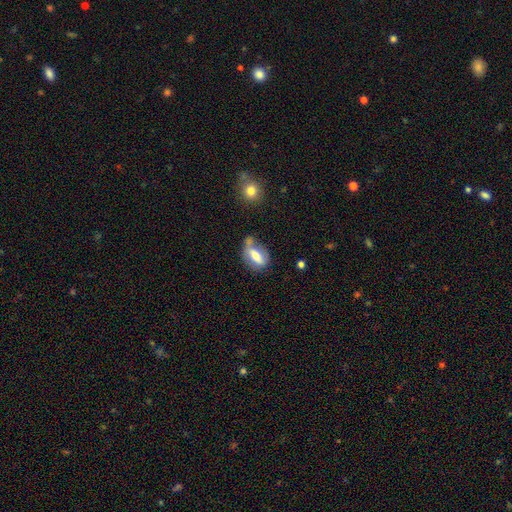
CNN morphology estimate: A smooth galaxy with no disk features (58%) that is in between round and cigar-shaped (77%). Merging: none (39%).